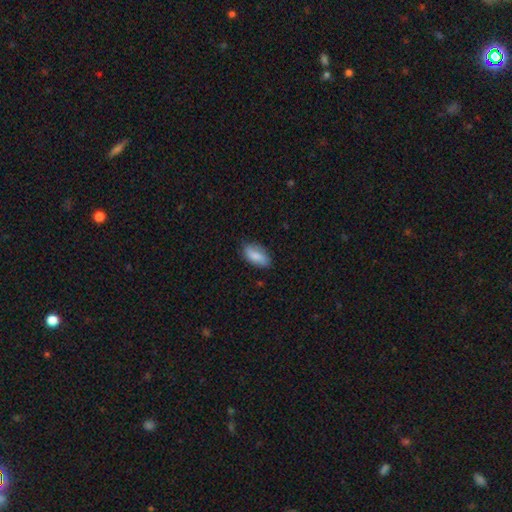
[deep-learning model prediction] Smooth or featured: smooth — 82% (featured or disk — 12%)
How rounded: in between — 89% (cigar-shaped — 8%)
Merging: none — 76% (minor disturbance — 19%)